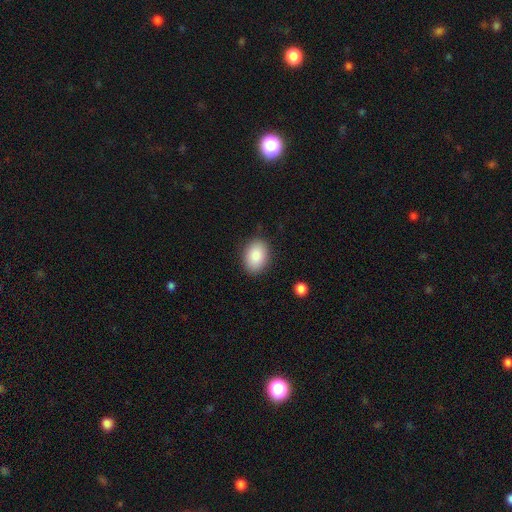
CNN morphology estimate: This appears to be a smooth galaxy with no disk features (87%) that is in between round and cigar-shaped (79%). Merging: none (87%).